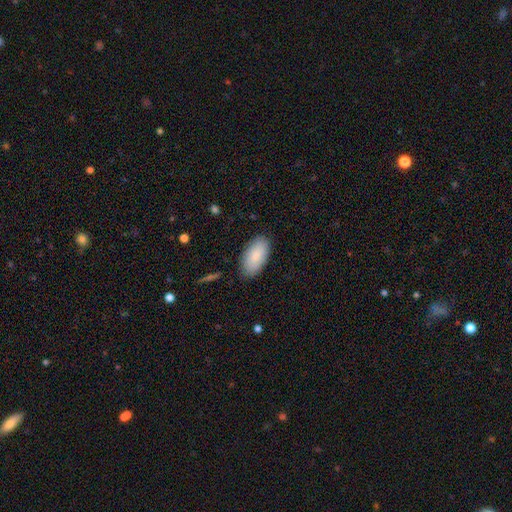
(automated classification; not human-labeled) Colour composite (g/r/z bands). It shows a smooth galaxy with no disk features (85%) that is in between round and cigar-shaped (95%). Merging: none (85%).